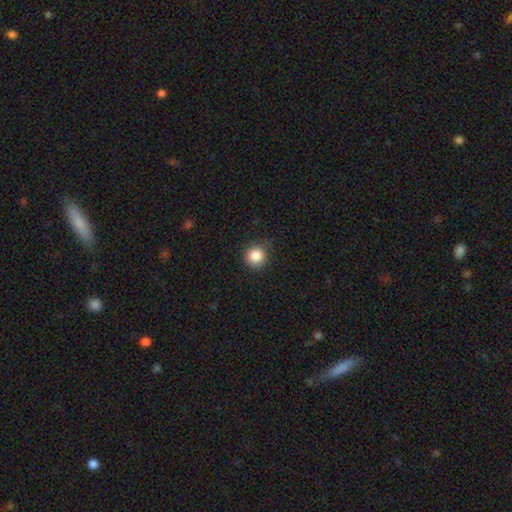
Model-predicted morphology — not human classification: A smooth galaxy with no disk features (86%) that is round (92%).

Vote fractions:
- Smooth or featured? smooth: 86% / star or artifact: 10% / featured or disk: 4%
- How rounded? round: 92% / in between: 7% / cigar-shaped: 1%
- Merging? none: 82% / minor disturbance: 14% / major disturbance: 3% / merger: 1%